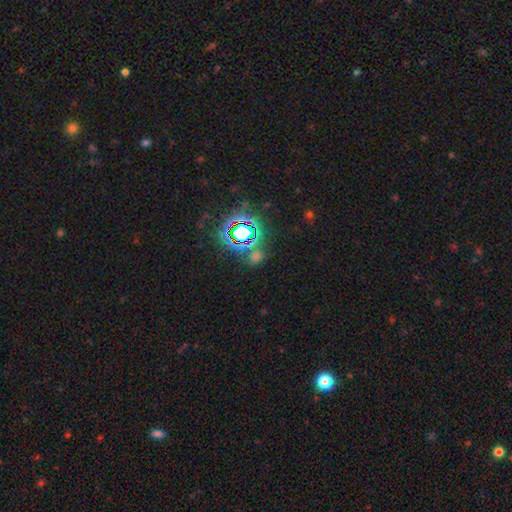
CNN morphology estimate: smooth_or_featured: star or artifact (p=0.62) [alt: smooth p=0.30]